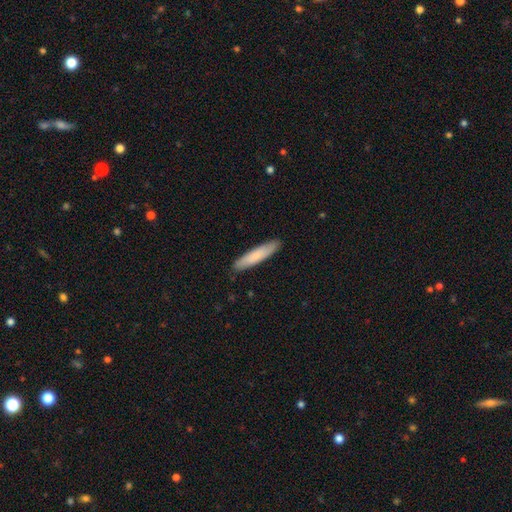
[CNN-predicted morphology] smooth 79%, featured or disk 16%, star or artifact 5%. Down the decision tree: how rounded — cigar-shaped (87%); merging — none (90%).